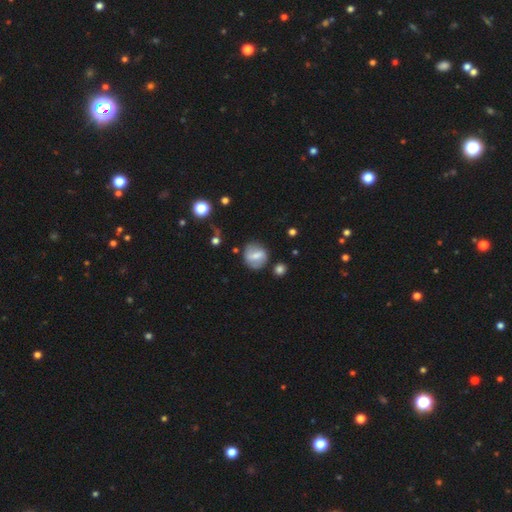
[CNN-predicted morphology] type=smooth (53%); roundness=round (72%); merging=none (74%).